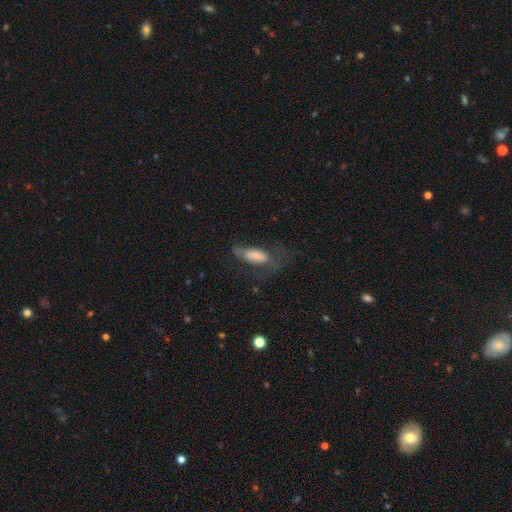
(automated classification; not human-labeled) This is likely a smooth galaxy (66%). How rounded: likely in between (70%). Merging: marginally major disturbance (43%).